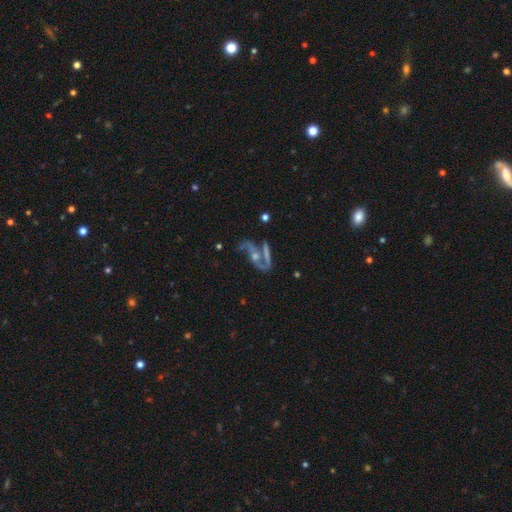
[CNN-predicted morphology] Smooth or featured: featured or disk — 81% (smooth — 9%)
Edge-on disk: no — 89% (yes — 11%)
Bar: no — 47% (weak — 32%)
Spiral arms: yes — 87% (no — 13%)
Spiral winding: loose — 56% (medium — 32%)
Spiral arm count: 2 — 78% (1 — 8%)
Bulge size: moderate — 47% (small — 43%)
Merging: none — 44% (major disturbance — 22%)